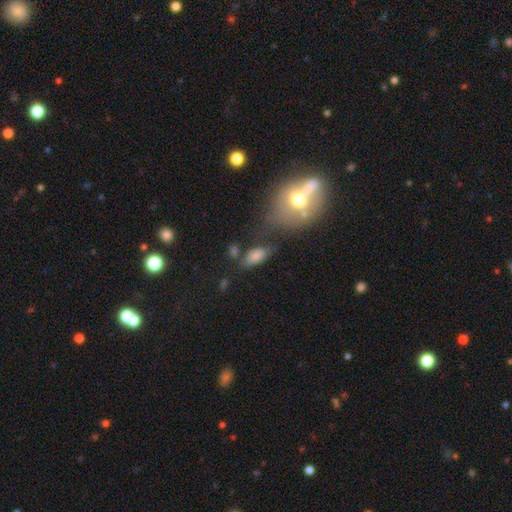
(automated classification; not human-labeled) Q: Smooth or featured?
A: smooth (76%); runner-up: featured or disk (13%)
Q: How rounded?
A: in between (88%); runner-up: round (6%)
Q: Merging?
A: none (50%); runner-up: minor disturbance (23%)